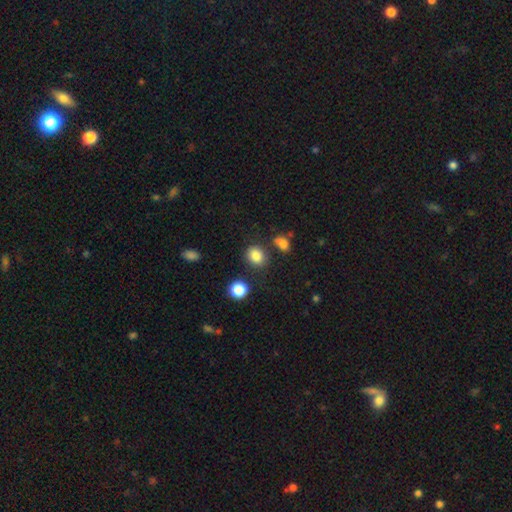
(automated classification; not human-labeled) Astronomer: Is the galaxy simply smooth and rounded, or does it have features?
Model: smooth — 84%.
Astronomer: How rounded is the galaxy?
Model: round — 58% (runner-up: in between, 41%).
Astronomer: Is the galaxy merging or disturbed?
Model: none — 76%.